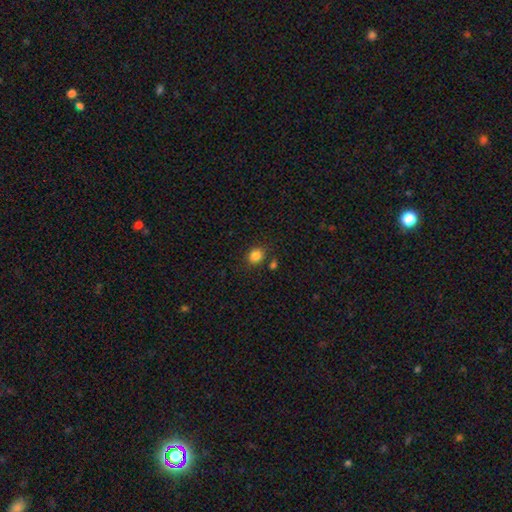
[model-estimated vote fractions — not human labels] Smooth or featured? smooth (84%)
How rounded? round (67%)
Merging? none (76%)